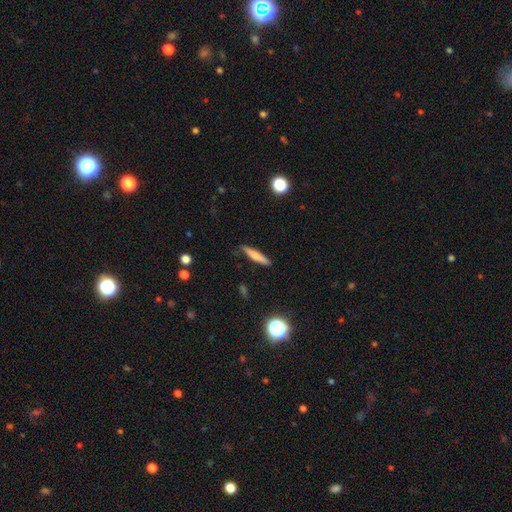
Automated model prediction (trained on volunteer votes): A smooth galaxy with no disk features (63%) that is cigar-shaped (88%).

Vote fractions:
- Smooth or featured? smooth: 63% / featured or disk: 29% / star or artifact: 8%
- How rounded? cigar-shaped: 88% / in between: 10% / round: 2%
- Merging? none: 85% / minor disturbance: 12% / major disturbance: 2% / merger: 1%